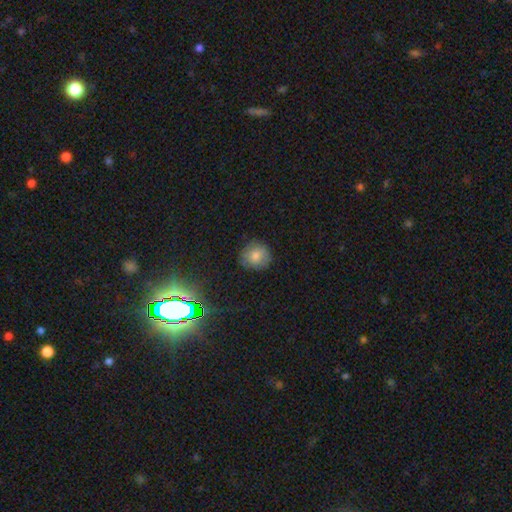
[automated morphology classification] The model was most divided on "smooth or featured": smooth: 75%, star or artifact: 14%, featured or disk: 11%. More confident: how rounded — round (89%); merging — none (84%).